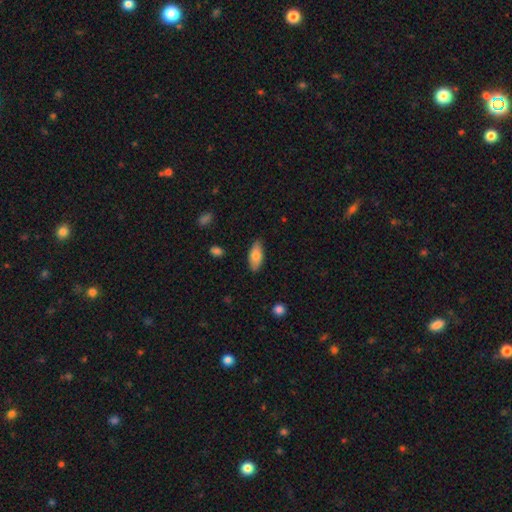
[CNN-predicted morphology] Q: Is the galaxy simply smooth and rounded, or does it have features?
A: smooth — 77%.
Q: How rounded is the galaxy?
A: in between — 86%.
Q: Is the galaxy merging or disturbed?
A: none — 83%.